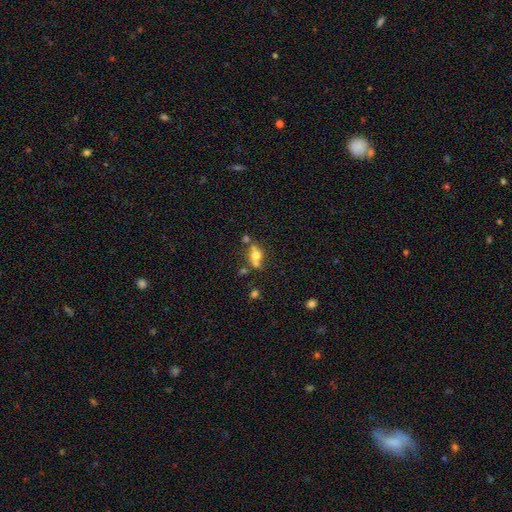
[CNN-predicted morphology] Q: Smooth or featured?
A: smooth (63%); runner-up: featured or disk (23%)
Q: How rounded?
A: round (61%); runner-up: in between (37%)
Q: Merging?
A: merger (43%); runner-up: none (41%)